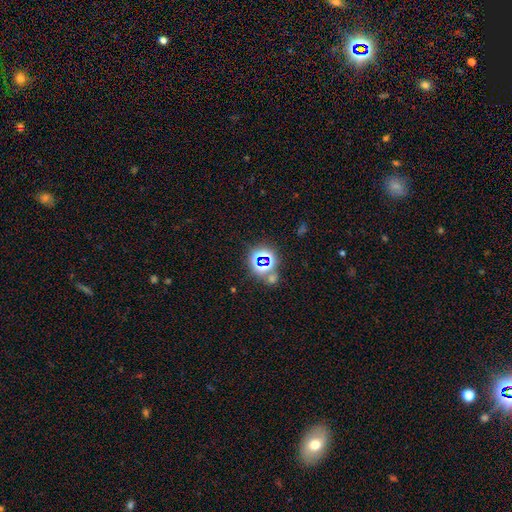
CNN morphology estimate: This appears to be a star or artifact, not a galaxy (73%).